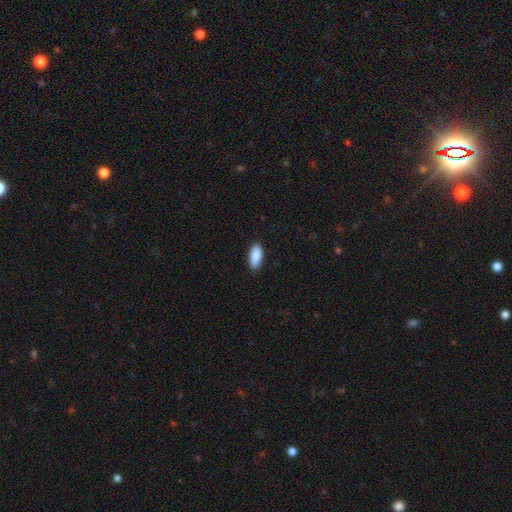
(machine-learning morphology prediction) A smooth galaxy with no disk features (90%) that is in between round and cigar-shaped (79%).

Vote fractions:
- Smooth or featured? smooth: 90% / star or artifact: 6% / featured or disk: 4%
- How rounded? in between: 79% / cigar-shaped: 19% / round: 2%
- Merging? none: 88% / minor disturbance: 10% / major disturbance: 2% / merger: 1%